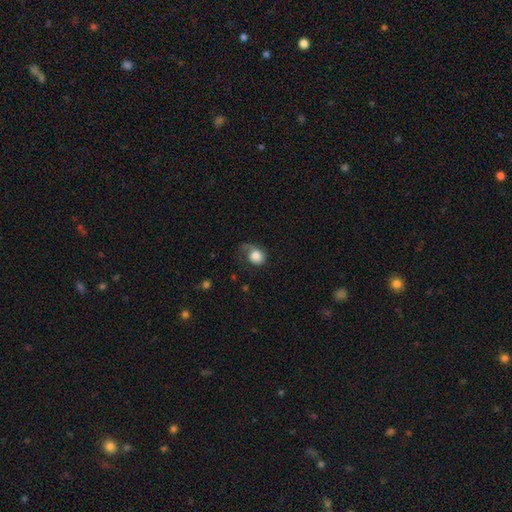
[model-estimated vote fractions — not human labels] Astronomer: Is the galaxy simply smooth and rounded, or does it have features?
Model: smooth — 71%.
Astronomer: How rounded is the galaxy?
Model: round — 67%.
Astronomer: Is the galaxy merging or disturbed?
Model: major disturbance — 41% (runner-up: none, 31%).